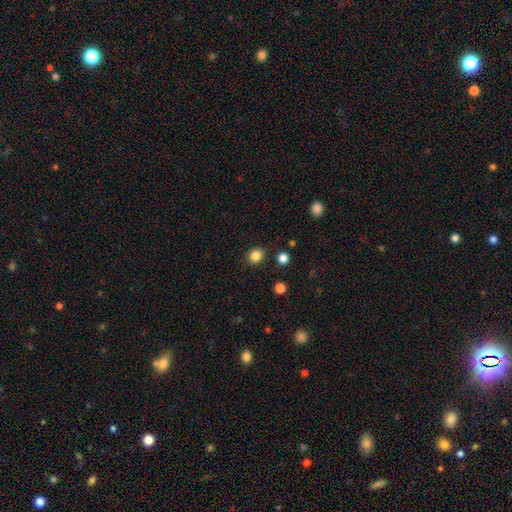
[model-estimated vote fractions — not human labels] Smooth or featured?
  - smooth: 84% *
  - star or artifact: 12%
  - featured or disk: 4%
How rounded?
  - round: 74% *
  - in between: 25%
  - cigar-shaped: 1%
Merging?
  - none: 88% *
  - minor disturbance: 8%
  - merger: 2%
  - major disturbance: 2%